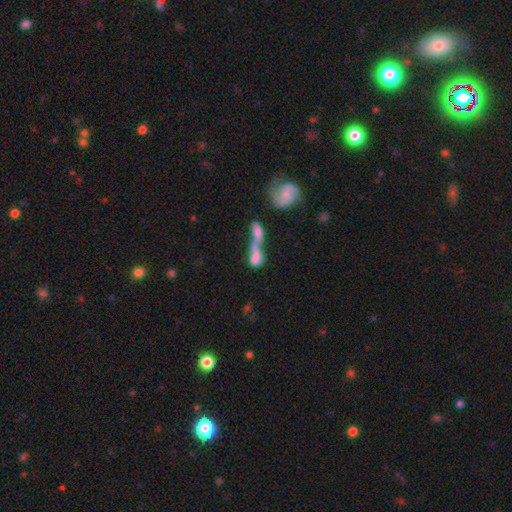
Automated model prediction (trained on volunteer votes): A smooth galaxy with no disk features (61%) that is in between round and cigar-shaped (64%). Merging: merger (78%).